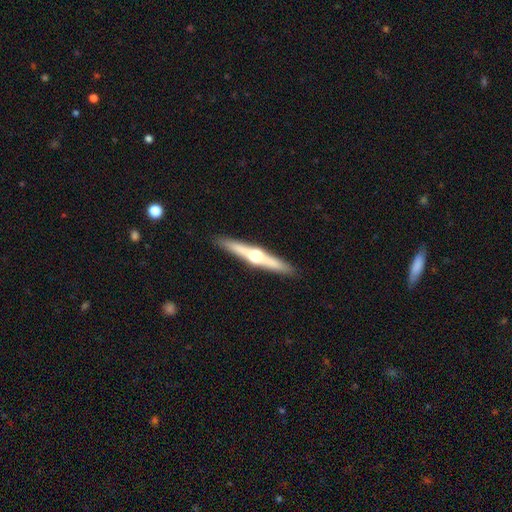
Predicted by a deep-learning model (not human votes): Smooth or featured: featured or disk — 73% (smooth — 21%)
Edge-on disk: yes — 98% (no — 2%)
Edge-on bulge: rounded — 94% (boxy — 3%)
Merging: none — 91% (minor disturbance — 6%)